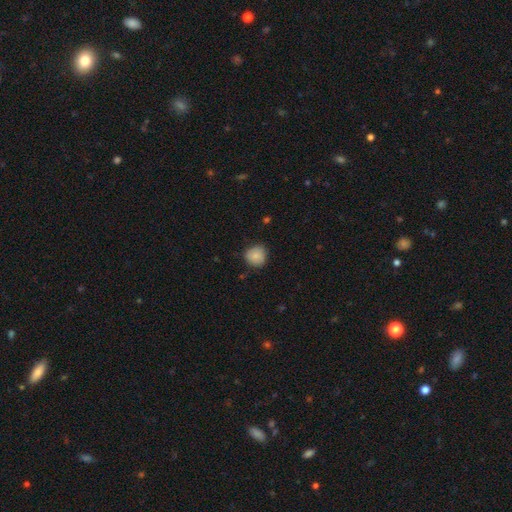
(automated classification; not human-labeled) smooth-or-featured: smooth: 82% | featured or disk: 10% | star or artifact: 8%
  how-rounded: round: 89% | in between: 10% | cigar-shaped: 1%
  merging: none: 77% | minor disturbance: 19% | major disturbance: 3% | merger: 1%